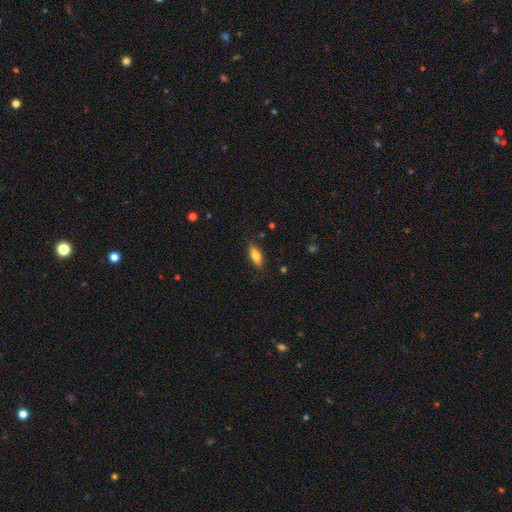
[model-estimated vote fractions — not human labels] Smooth or featured? Predicted: smooth (p=0.72). How rounded? Predicted: in between (p=0.66). Merging? Predicted: none (p=0.85).